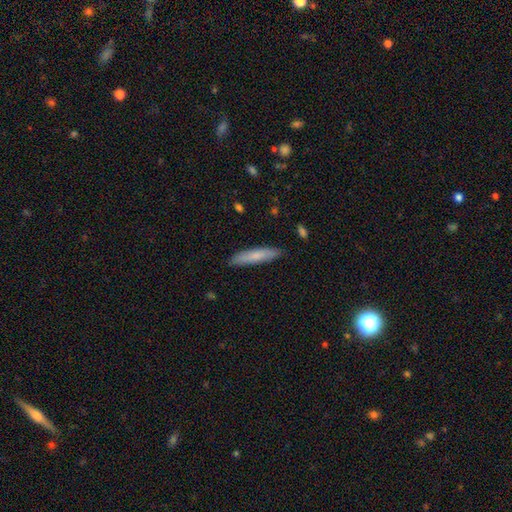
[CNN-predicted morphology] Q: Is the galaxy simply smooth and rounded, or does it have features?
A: smooth — 74%.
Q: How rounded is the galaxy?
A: cigar-shaped — 86%.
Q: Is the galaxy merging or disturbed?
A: none — 89%.